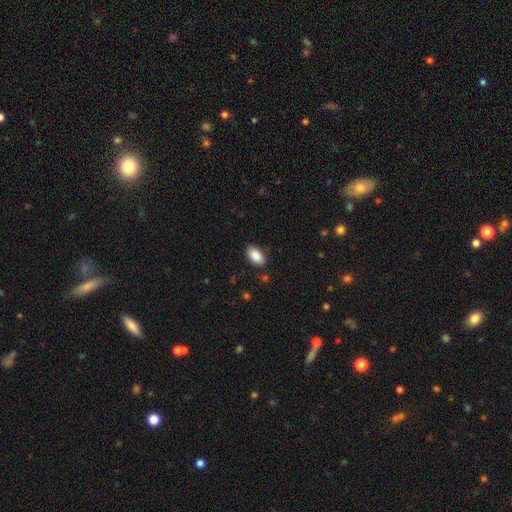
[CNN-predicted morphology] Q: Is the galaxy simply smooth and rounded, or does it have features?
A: smooth — 88%.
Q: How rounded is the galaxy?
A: in between — 93%.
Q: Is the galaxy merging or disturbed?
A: none — 85%.